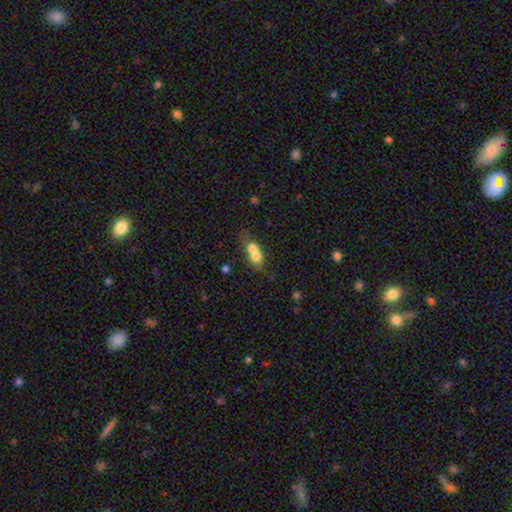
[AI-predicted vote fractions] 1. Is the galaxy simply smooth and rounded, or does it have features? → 69% smooth, 21% featured or disk, 10% star or artifact.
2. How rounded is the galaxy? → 50% in between, 45% round, 5% cigar-shaped.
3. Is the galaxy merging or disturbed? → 70% merger, 20% none, 6% minor disturbance, 4% major disturbance.